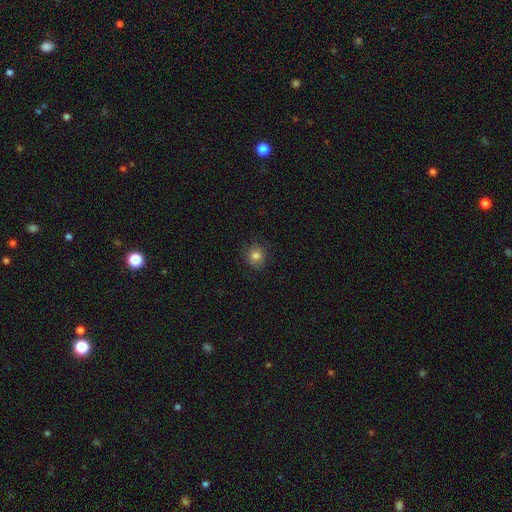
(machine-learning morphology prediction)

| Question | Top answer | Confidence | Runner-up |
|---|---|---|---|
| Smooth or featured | smooth | 82% | star or artifact (11%) |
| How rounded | round | 81% | in between (18%) |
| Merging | none | 84% | minor disturbance (12%) |